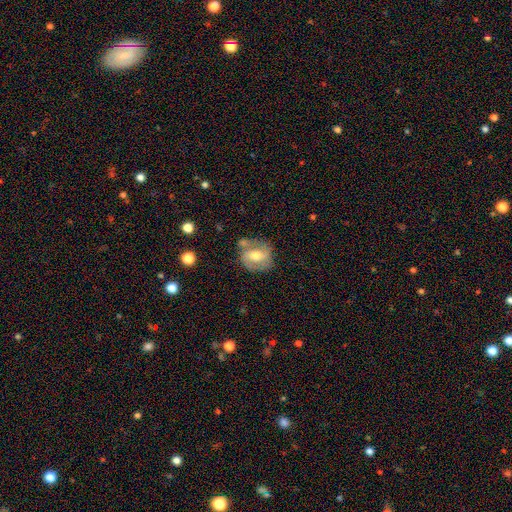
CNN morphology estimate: Smooth or featured? Predicted: featured or disk (p=0.60). Edge-on disk? Predicted: no (p=0.95). Bar? Predicted: weak (p=0.42). Spiral arms? Predicted: yes (p=0.68). Bulge size? Predicted: moderate (p=0.71). Merging? Predicted: none (p=0.60).